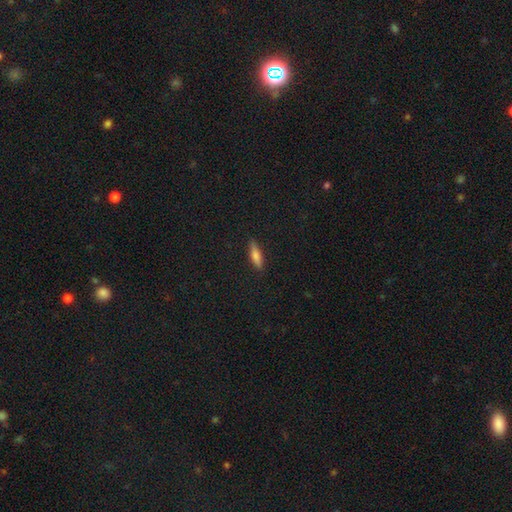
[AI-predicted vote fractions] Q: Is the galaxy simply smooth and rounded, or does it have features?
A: smooth — 69%.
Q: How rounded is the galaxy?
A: cigar-shaped — 69%.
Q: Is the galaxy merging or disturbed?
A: none — 89%.